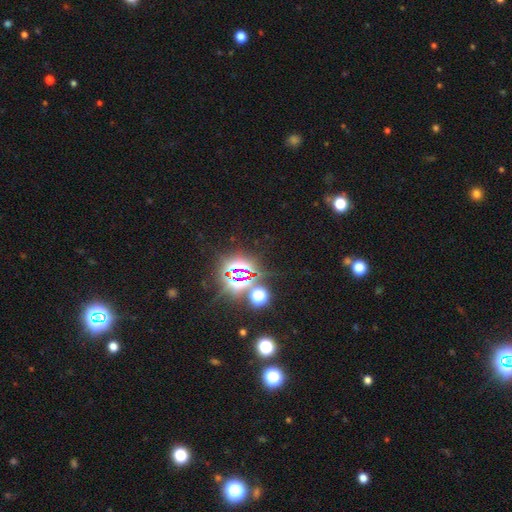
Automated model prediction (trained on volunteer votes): smooth_or_featured: star or artifact (p=0.79) [alt: smooth p=0.13]